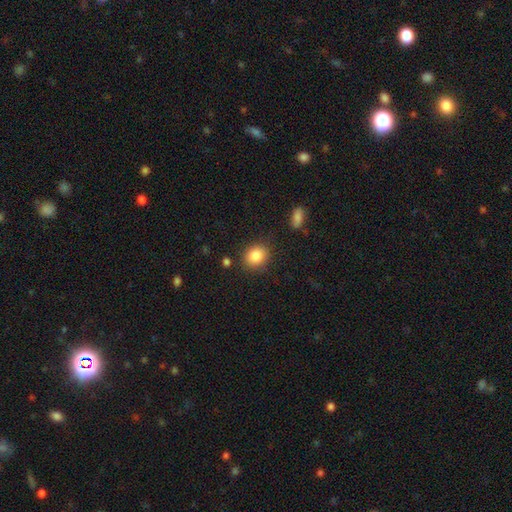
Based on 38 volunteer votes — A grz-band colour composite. It shows a smooth galaxy with no disk features (84%) that is round (66%). Merging: none (81%).